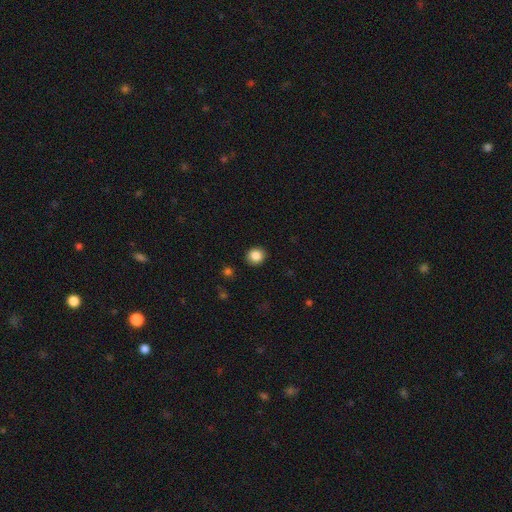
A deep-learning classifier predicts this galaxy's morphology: Smooth or featured? Predicted: smooth (p=0.86). How rounded? Predicted: round (p=0.86). Merging? Predicted: none (p=0.91).